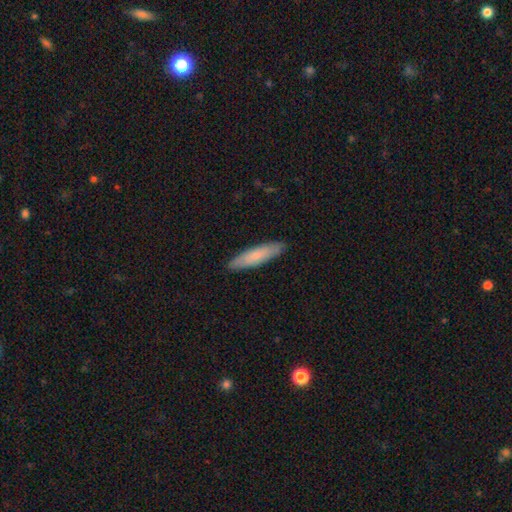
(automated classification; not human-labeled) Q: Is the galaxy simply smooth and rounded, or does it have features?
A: smooth — 76%.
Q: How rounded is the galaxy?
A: cigar-shaped — 78%.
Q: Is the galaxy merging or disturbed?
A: none — 90%.